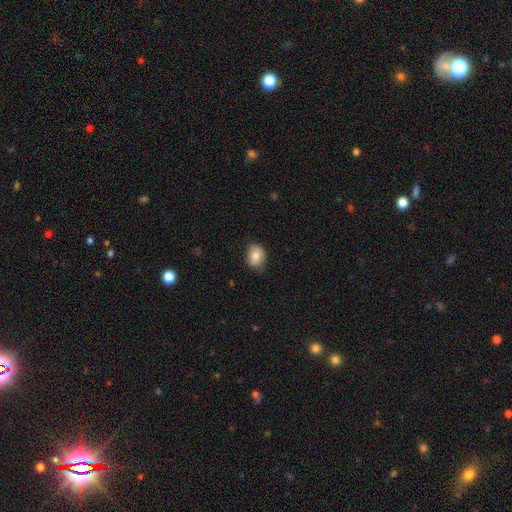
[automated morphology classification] type=smooth (80%); roundness=round (50%); merging=none (73%).